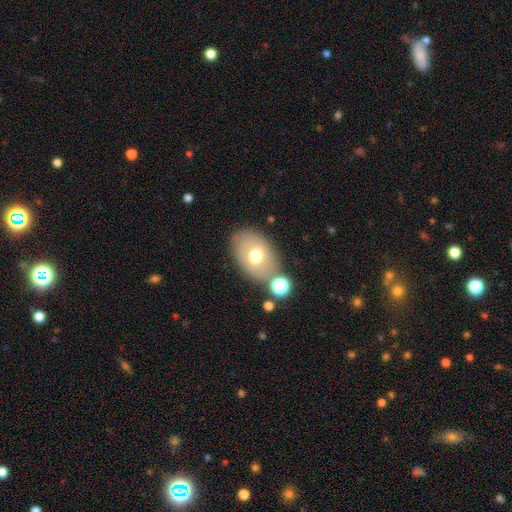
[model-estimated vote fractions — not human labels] Smooth or featured? Predicted: smooth (p=0.63). How rounded? Predicted: in between (p=0.82). Merging? Predicted: none (p=0.71).